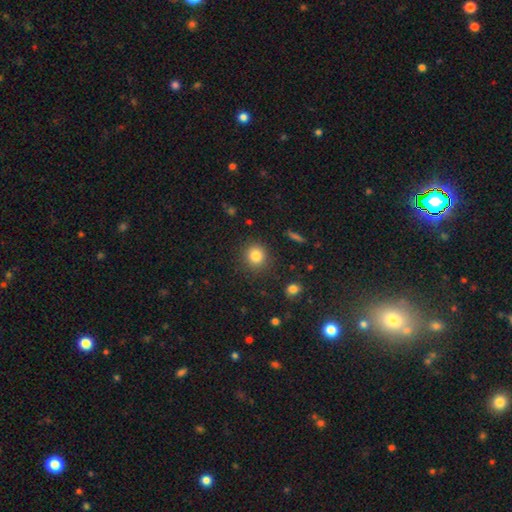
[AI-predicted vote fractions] smooth 83%, star or artifact 11%, featured or disk 6%. Down the decision tree: how rounded — round (88%); merging — none (89%).